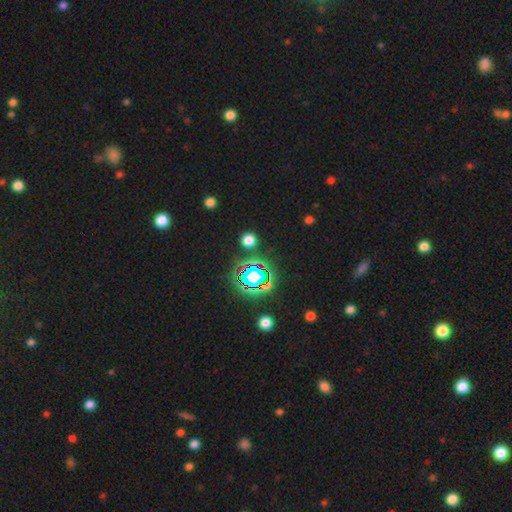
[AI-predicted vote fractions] This is likely a star or artifact rather than a galaxy (78%).